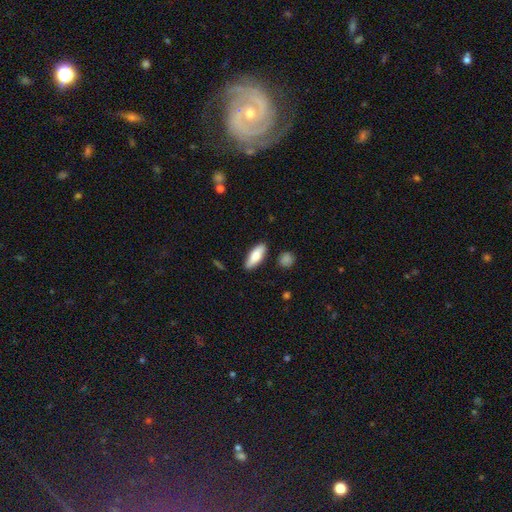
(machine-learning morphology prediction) Smooth or featured? smooth (79%)
How rounded? in between (66%)
Merging? none (83%)